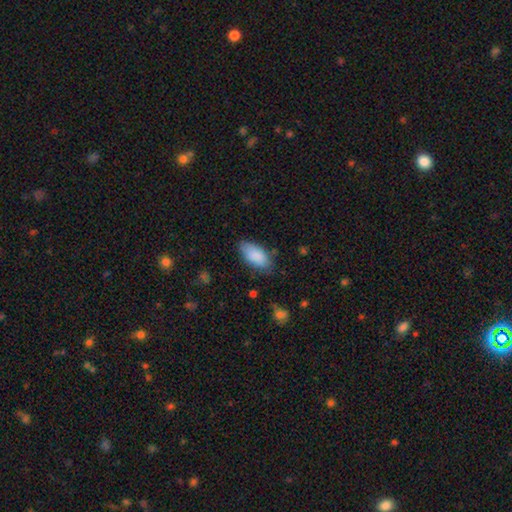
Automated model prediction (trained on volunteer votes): Smooth or featured? Predicted: smooth (p=0.88). How rounded? Predicted: in between (p=0.92). Merging? Predicted: none (p=0.75).